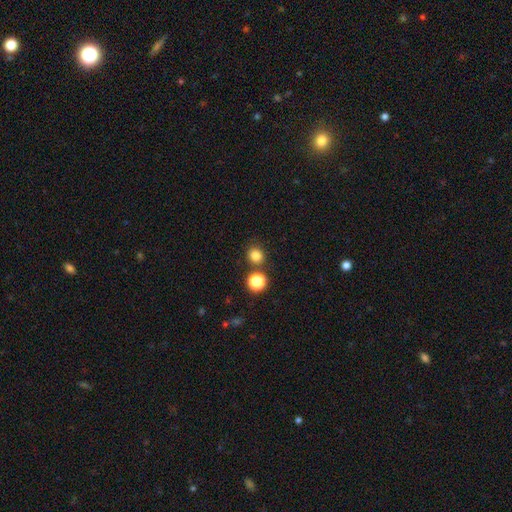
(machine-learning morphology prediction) Smooth or featured?
  - smooth: 80% *
  - star or artifact: 15%
  - featured or disk: 5%
How rounded?
  - round: 82% *
  - in between: 17%
  - cigar-shaped: 1%
Merging?
  - none: 77% *
  - merger: 11%
  - minor disturbance: 8%
  - major disturbance: 3%